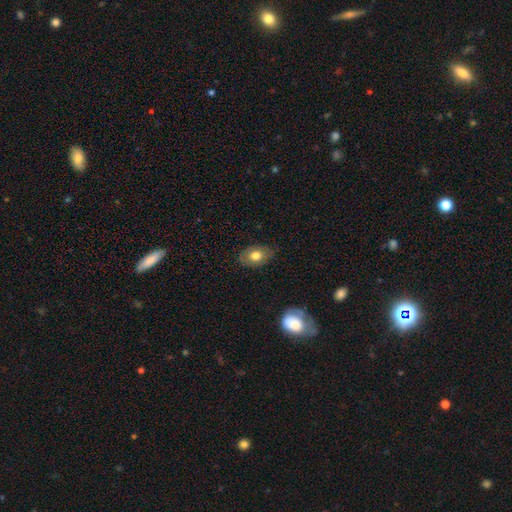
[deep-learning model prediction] Overall: smooth (74%). How rounded: in between (84%). Merging: none (80%).